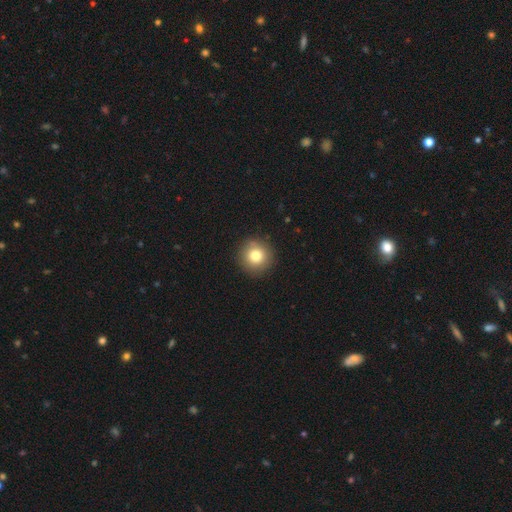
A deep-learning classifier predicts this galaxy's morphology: Overall: smooth (79%). How rounded: round (94%). Merging: none (90%).